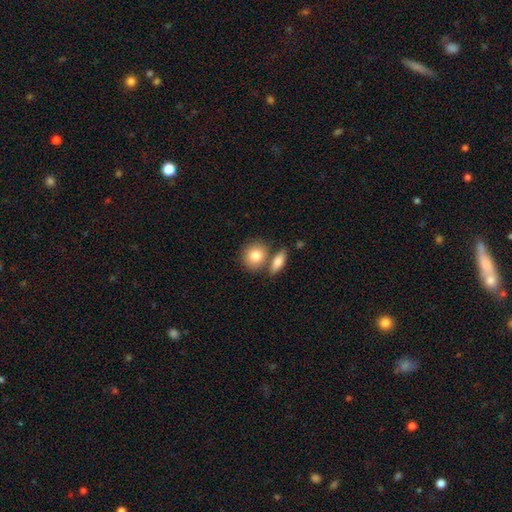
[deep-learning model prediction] Morphology: type=smooth (83%); roundness=round (65%); merging=none (57%).